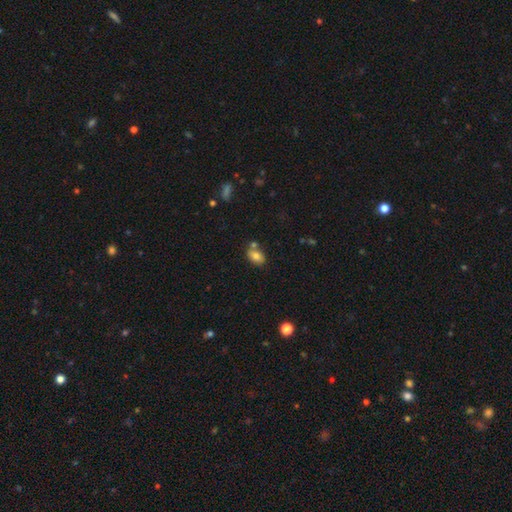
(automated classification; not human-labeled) Morphology: type=smooth (78%); roundness=in between (84%); merging=none (57%).